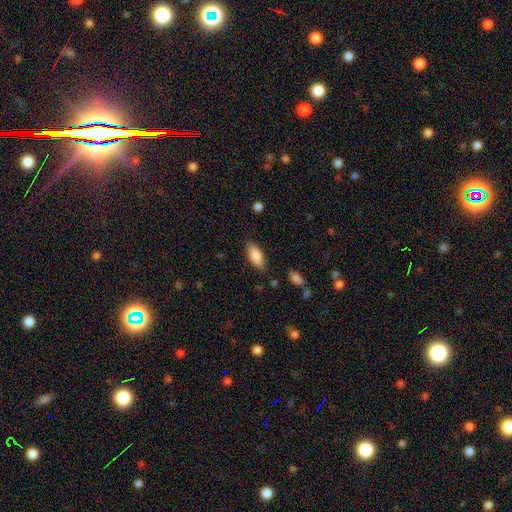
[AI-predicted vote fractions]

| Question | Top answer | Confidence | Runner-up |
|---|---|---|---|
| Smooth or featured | smooth | 84% | featured or disk (10%) |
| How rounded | in between | 86% | cigar-shaped (12%) |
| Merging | none | 81% | minor disturbance (14%) |